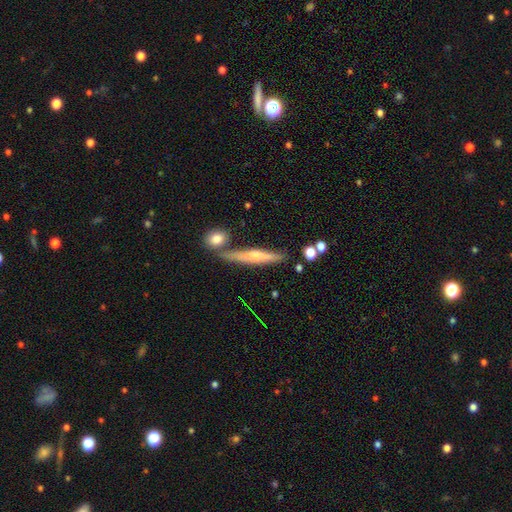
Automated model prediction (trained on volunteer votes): featured or disk 55%, smooth 38%, star or artifact 7%. Down the decision tree: edge-on disk — yes (93%); edge-on bulge — rounded (60%); merging — none (74%).